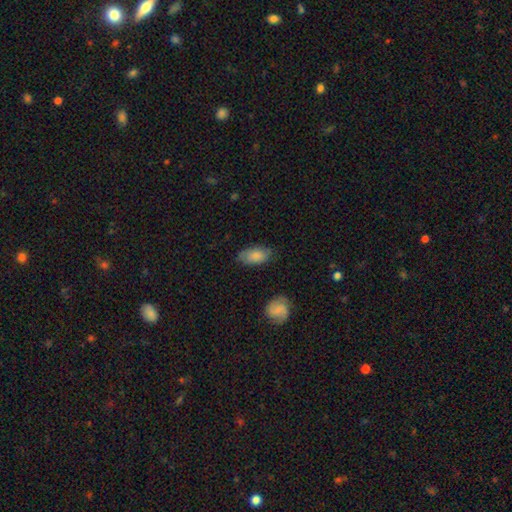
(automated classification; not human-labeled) The model was most divided on "merging": none: 73%, minor disturbance: 21%, major disturbance: 4%, merger: 2%. More confident: how rounded — in between (92%); smooth or featured — smooth (77%).